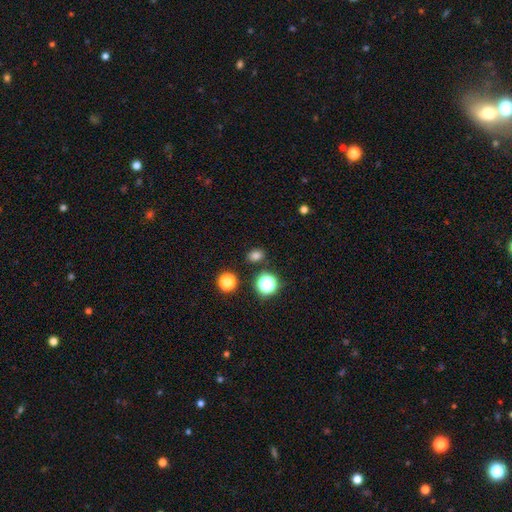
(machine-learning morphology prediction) Smooth or featured? Predicted: smooth (p=0.76). How rounded? Predicted: in between (p=0.55). Merging? Predicted: none (p=0.84).